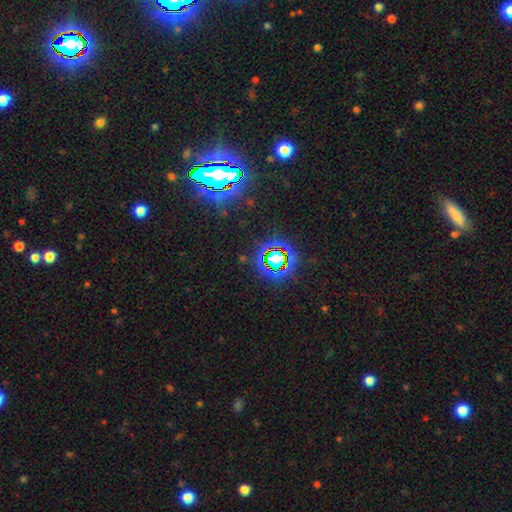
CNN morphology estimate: Smooth or featured: star or artifact — 83% (smooth — 10%)